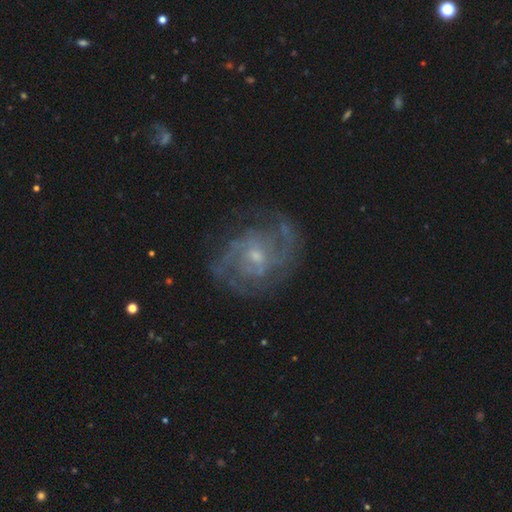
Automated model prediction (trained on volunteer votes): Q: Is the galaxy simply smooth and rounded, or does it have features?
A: featured or disk — 86%.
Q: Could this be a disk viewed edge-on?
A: no — 98%.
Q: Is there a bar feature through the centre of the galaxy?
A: no — 51%.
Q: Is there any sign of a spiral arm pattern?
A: yes — 95%.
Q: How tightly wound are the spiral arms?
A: medium — 47%.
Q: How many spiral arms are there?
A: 2 — 53%.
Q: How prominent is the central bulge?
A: small — 65%.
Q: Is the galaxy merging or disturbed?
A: none — 73%.